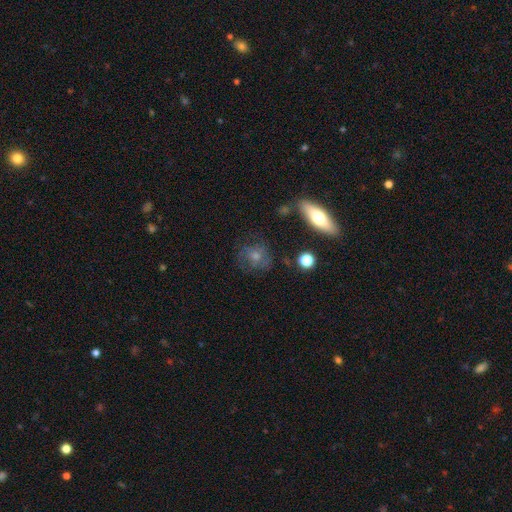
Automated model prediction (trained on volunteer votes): Smooth or featured? featured or disk (44%)
Merging? none (72%)